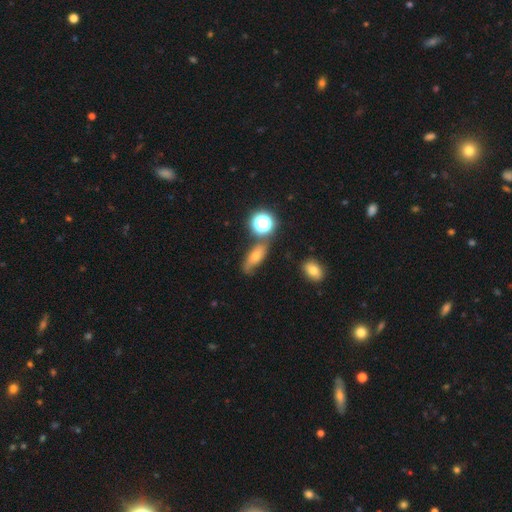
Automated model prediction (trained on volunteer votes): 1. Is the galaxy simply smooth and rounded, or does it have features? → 41% smooth, 34% featured or disk, 25% star or artifact.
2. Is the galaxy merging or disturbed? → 62% none, 22% minor disturbance, 9% major disturbance, 7% merger.